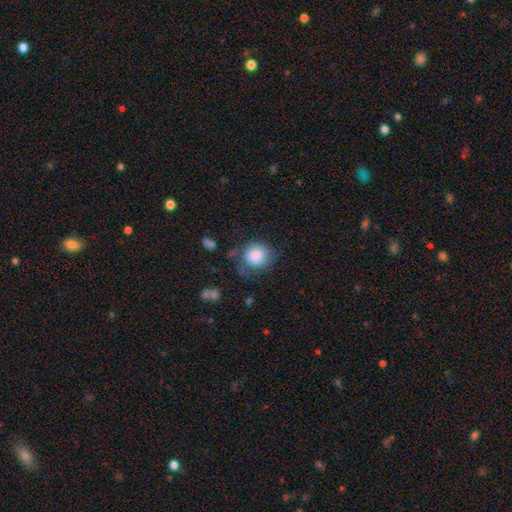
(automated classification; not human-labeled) Morphology: type=smooth (82%); roundness=round (82%); merging=none (53%).